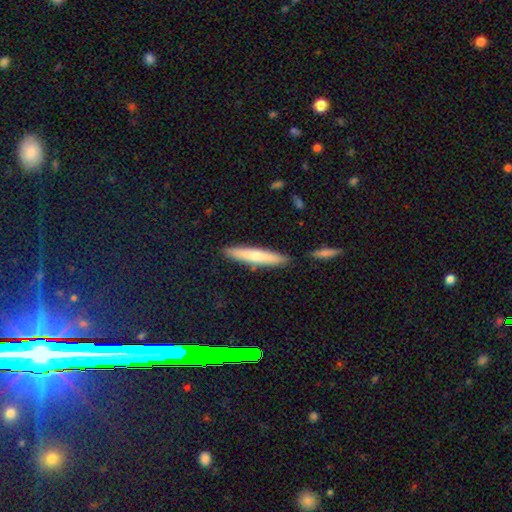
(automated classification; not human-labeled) smooth_or_featured: smooth (p=0.63) [alt: featured or disk p=0.30]
how_rounded: cigar-shaped (p=0.90) [alt: in between p=0.09]
merging: none (p=0.86) [alt: minor disturbance p=0.09]